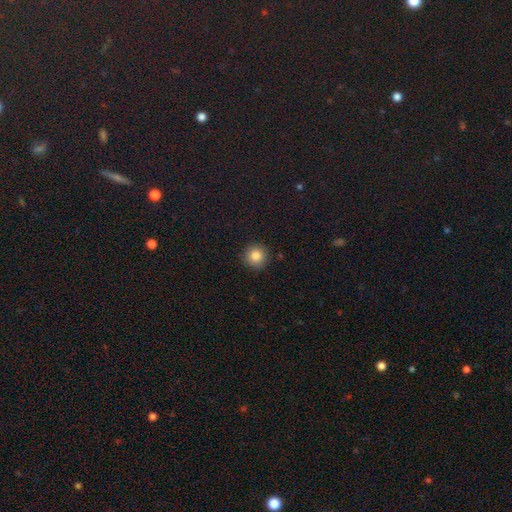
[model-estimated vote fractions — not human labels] Overall: smooth (84%). How rounded: round (94%). Merging: none (90%).